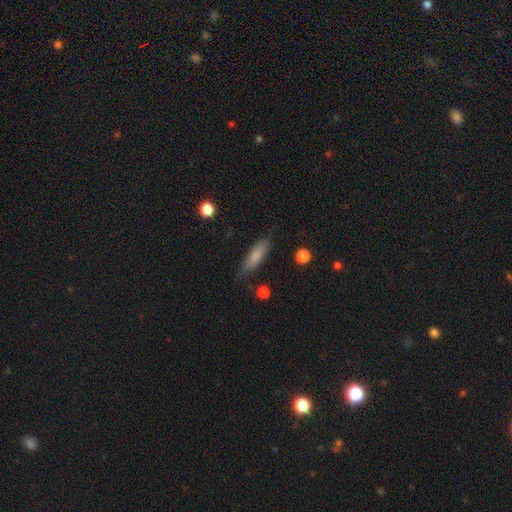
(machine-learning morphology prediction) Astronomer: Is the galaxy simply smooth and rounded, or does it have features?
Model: smooth — 79%.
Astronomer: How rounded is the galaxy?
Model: cigar-shaped — 61% (runner-up: in between, 37%).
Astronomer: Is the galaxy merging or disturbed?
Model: none — 79%.